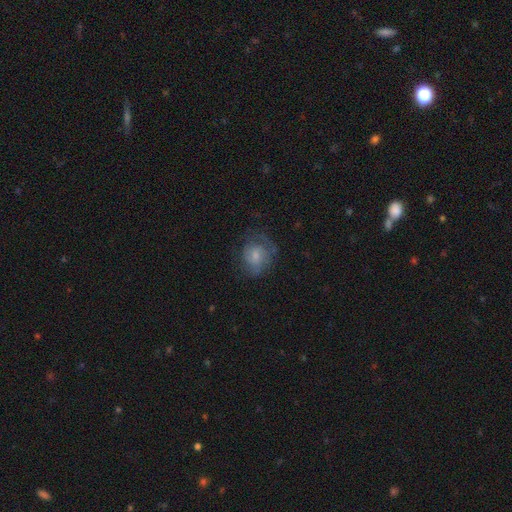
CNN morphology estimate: Smooth or featured? Predicted: featured or disk (p=0.46, tied with smooth). Merging? Predicted: none (p=0.56).